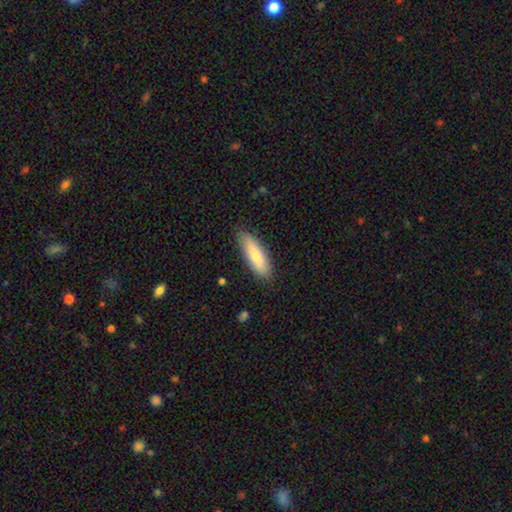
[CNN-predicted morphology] Q: Smooth or featured?
A: smooth (77%); runner-up: featured or disk (18%)
Q: How rounded?
A: in between (53%); runner-up: cigar-shaped (45%)
Q: Merging?
A: none (84%); runner-up: minor disturbance (12%)